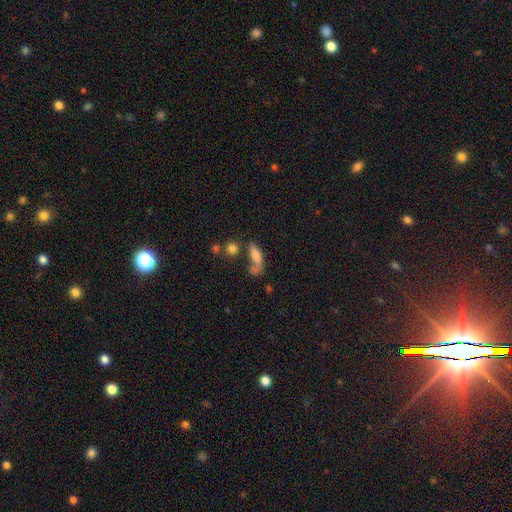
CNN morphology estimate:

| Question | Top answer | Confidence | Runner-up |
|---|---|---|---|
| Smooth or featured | smooth | 64% | featured or disk (25%) |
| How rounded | in between | 48% | cigar-shaped (46%) |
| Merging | none | 38% | merger (23%) |